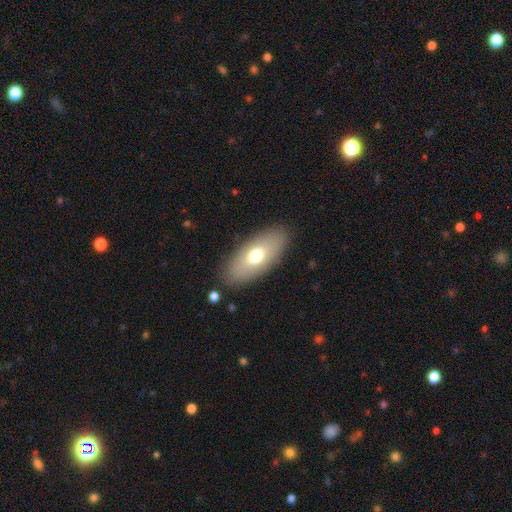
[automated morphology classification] The model was most divided on "smooth or featured": smooth: 67%, featured or disk: 25%, star or artifact: 7%. More confident: how rounded — in between (88%); merging — none (86%).